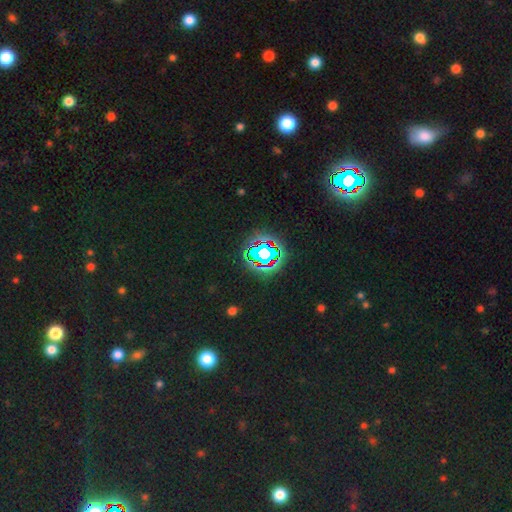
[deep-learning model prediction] Q: Smooth or featured?
A: star or artifact (80%); runner-up: smooth (13%)